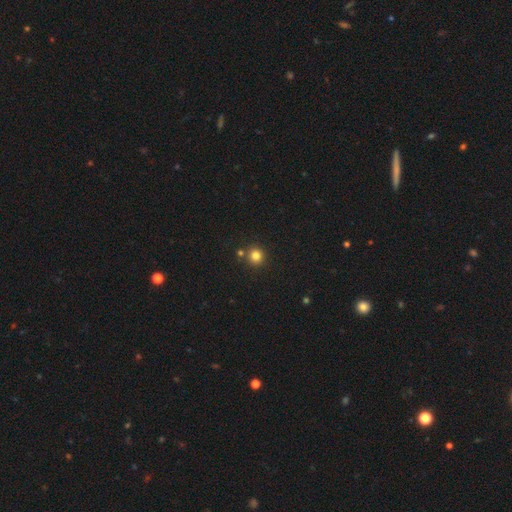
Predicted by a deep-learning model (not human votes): Q: Smooth or featured?
A: smooth (81%); runner-up: star or artifact (14%)
Q: How rounded?
A: round (93%); runner-up: in between (6%)
Q: Merging?
A: none (82%); runner-up: merger (9%)